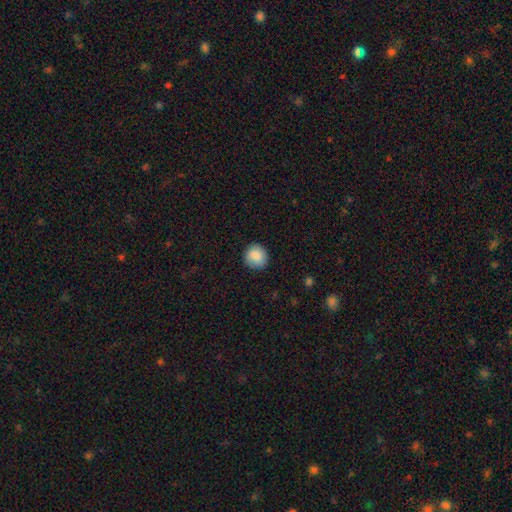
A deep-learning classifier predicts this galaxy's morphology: A smooth galaxy with no disk features (88%) that is round (90%).

Vote fractions:
- Smooth or featured? smooth: 88% / star or artifact: 8% / featured or disk: 4%
- How rounded? round: 90% / in between: 9% / cigar-shaped: 1%
- Merging? none: 89% / minor disturbance: 8% / major disturbance: 2% / merger: 1%